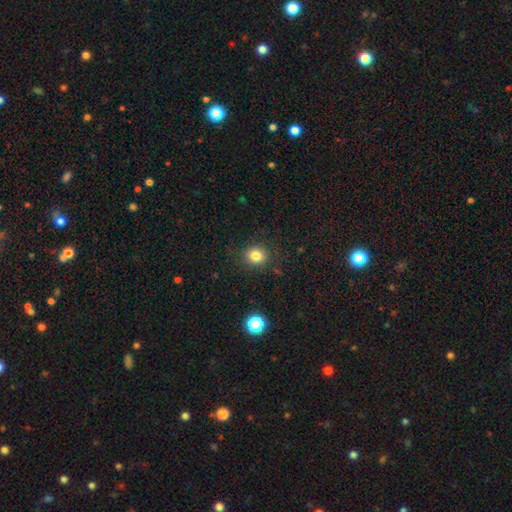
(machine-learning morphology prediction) smooth 81%, star or artifact 13%, featured or disk 6%. Down the decision tree: how rounded — round (82%); merging — none (87%).